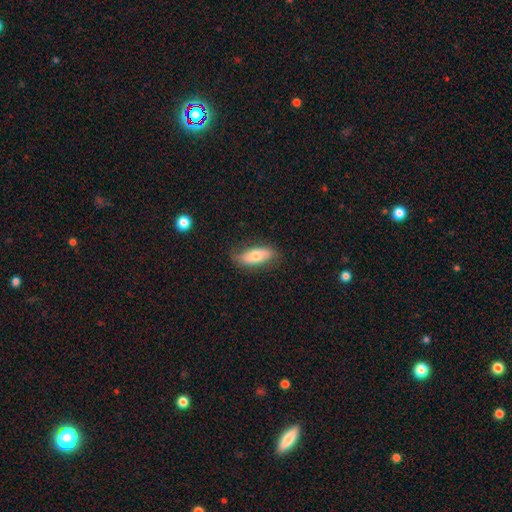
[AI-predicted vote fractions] Overall: smooth (68%). How rounded: in between (80%). Merging: none (75%).